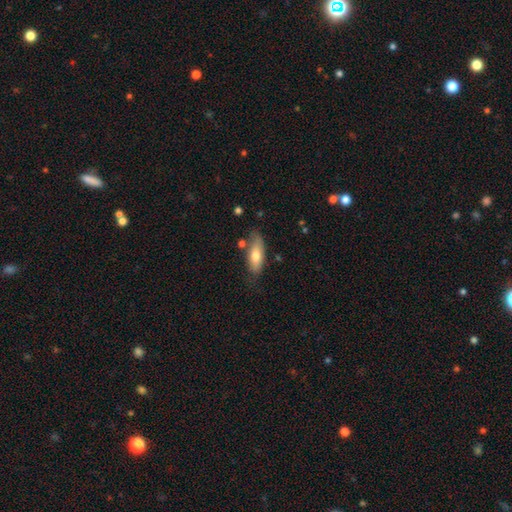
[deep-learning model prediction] smooth 72%, featured or disk 22%, star or artifact 6%. Down the decision tree: how rounded — in between (71%); merging — none (70%).